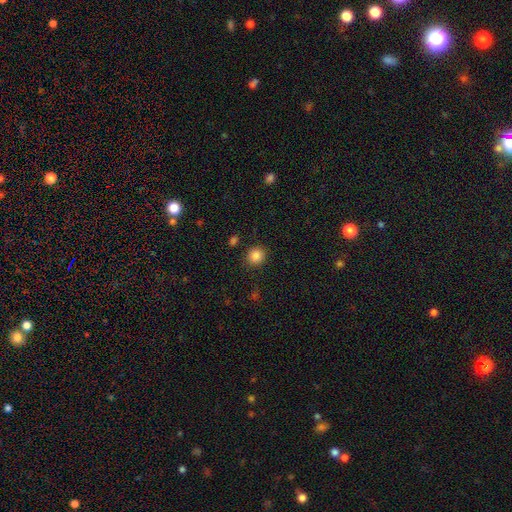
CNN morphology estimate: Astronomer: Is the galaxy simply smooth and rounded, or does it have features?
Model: smooth — 86%.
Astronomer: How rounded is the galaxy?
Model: round — 86%.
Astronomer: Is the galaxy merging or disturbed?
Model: none — 88%.